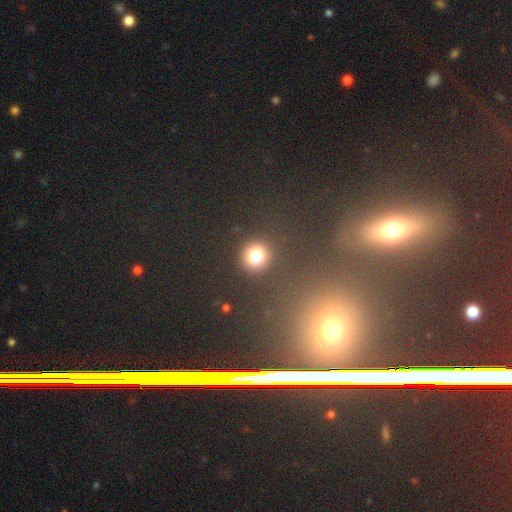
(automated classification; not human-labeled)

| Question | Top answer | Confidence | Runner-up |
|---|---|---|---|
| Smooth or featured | smooth | 76% | star or artifact (18%) |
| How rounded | round | 89% | in between (10%) |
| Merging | none | 88% | minor disturbance (7%) |